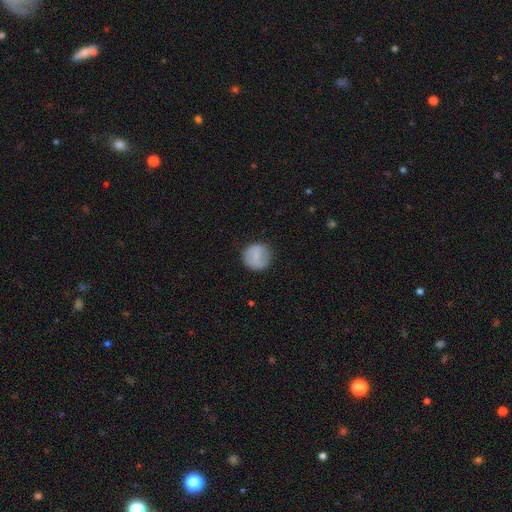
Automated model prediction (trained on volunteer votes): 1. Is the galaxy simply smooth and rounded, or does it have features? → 72% smooth, 21% featured or disk, 8% star or artifact.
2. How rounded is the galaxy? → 93% round, 6% in between, 1% cigar-shaped.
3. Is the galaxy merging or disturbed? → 86% none, 10% minor disturbance, 3% major disturbance, 1% merger.